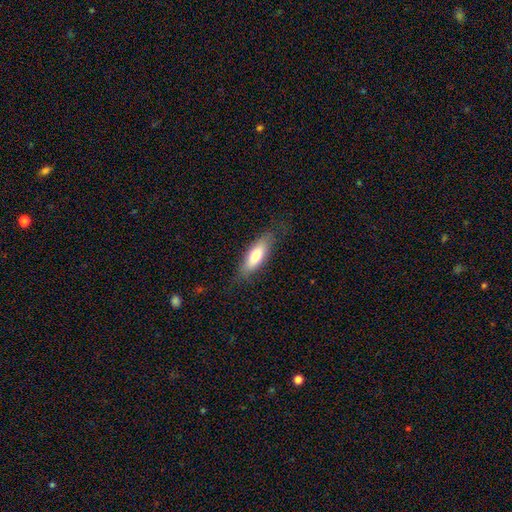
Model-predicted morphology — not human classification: Smooth or featured? Predicted: smooth (p=0.73). How rounded? Predicted: in between (p=0.60). Merging? Predicted: none (p=0.78).